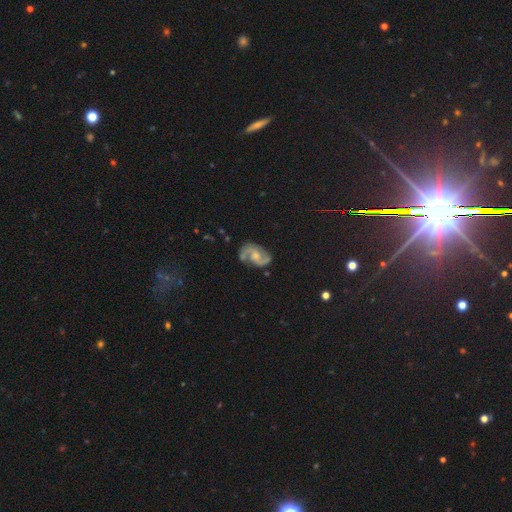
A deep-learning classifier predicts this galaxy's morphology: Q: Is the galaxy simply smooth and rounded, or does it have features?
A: featured or disk — 88%.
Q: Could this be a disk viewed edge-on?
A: no — 98%.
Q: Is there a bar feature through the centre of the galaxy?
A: no — 53%.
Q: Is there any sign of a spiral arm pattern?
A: yes — 97%.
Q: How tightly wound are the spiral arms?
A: medium — 56%.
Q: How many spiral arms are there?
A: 2 — 92%.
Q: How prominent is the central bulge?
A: moderate — 51%.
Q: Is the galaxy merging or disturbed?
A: none — 74%.